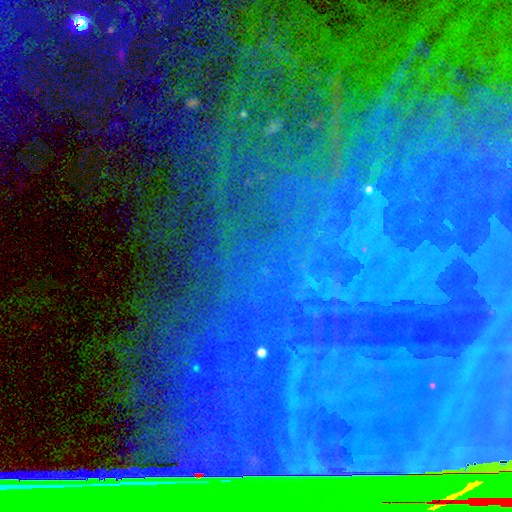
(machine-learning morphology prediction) A star or artifact, not a galaxy (71%).

Vote fractions:
- Smooth or featured? star or artifact: 71% / featured or disk: 17% / smooth: 12%